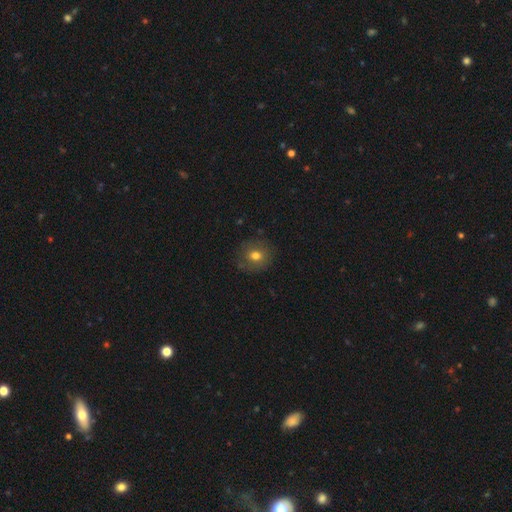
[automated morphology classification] Overall: smooth (72%). How rounded: round (83%). Merging: none (83%).